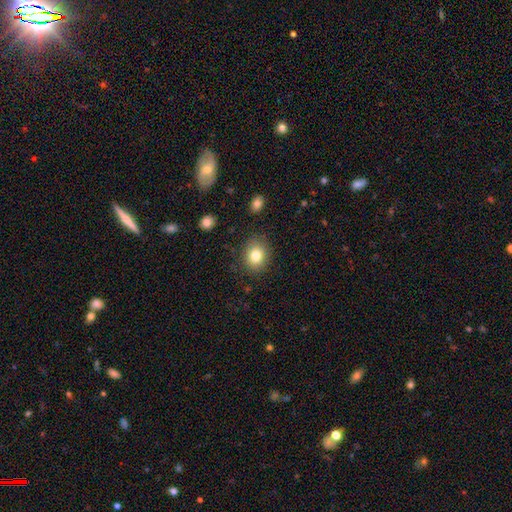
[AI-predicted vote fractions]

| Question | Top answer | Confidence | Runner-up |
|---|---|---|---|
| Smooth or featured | smooth | 81% | star or artifact (10%) |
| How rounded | round | 56% | in between (44%) |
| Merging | none | 85% | minor disturbance (11%) |